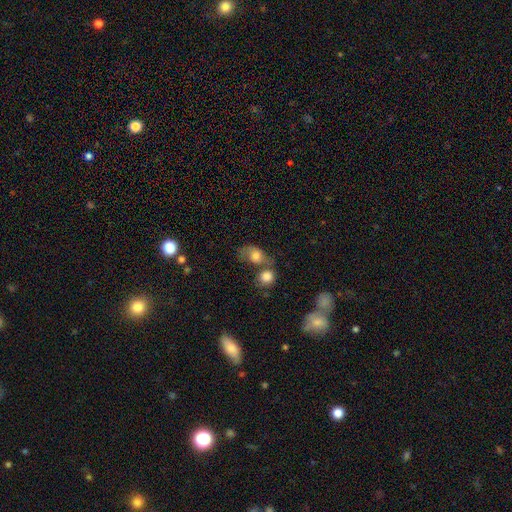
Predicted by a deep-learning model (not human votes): Smooth or featured? smooth (74%)
How rounded? in between (58%)
Merging? merger (51%)